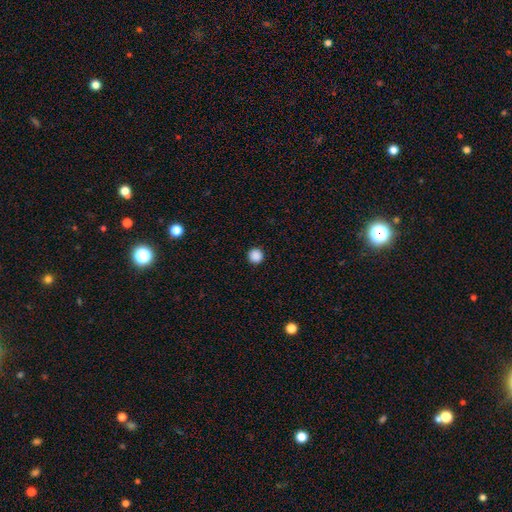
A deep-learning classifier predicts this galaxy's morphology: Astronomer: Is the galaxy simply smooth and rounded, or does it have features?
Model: smooth — 88%.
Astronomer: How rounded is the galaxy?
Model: round — 96%.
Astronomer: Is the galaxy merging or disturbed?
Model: none — 93%.